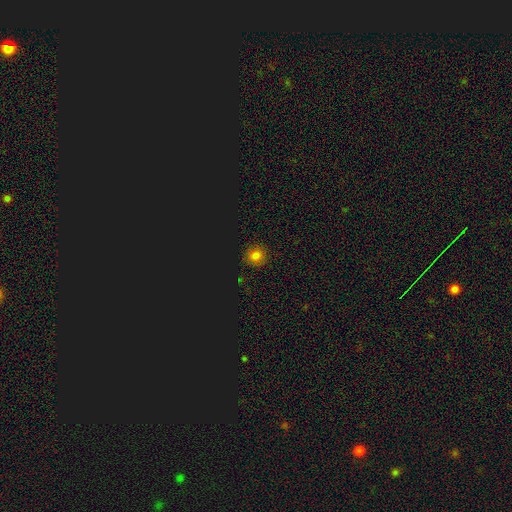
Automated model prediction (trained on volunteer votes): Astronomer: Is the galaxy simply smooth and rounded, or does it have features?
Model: smooth — 74%.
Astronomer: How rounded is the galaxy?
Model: round — 92%.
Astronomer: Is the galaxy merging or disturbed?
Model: none — 89%.